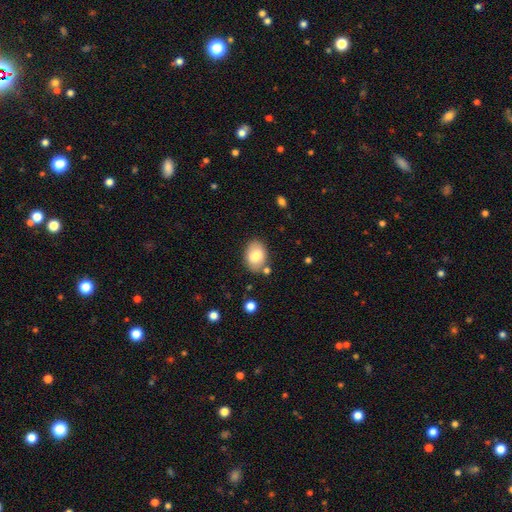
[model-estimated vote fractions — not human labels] Smooth or featured?
  - smooth: 78% *
  - featured or disk: 14%
  - star or artifact: 7%
How rounded?
  - in between: 82% *
  - round: 17%
  - cigar-shaped: 1%
Merging?
  - none: 78% *
  - minor disturbance: 13%
  - merger: 5%
  - major disturbance: 3%